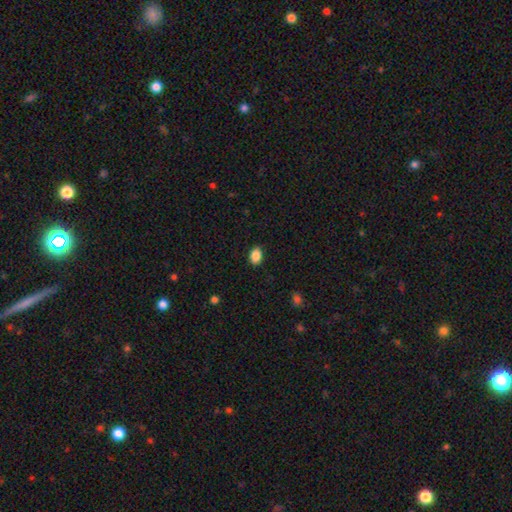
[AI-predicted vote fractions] smooth_or_featured: smooth (p=0.88) [alt: star or artifact p=0.08]
how_rounded: in between (p=0.79) [alt: round p=0.20]
merging: none (p=0.87) [alt: minor disturbance p=0.10]